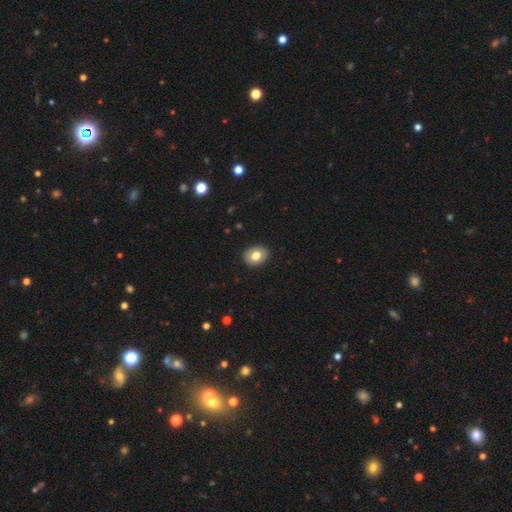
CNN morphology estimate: Q: Smooth or featured?
A: smooth (78%); runner-up: featured or disk (15%)
Q: How rounded?
A: in between (58%); runner-up: round (41%)
Q: Merging?
A: none (90%); runner-up: minor disturbance (7%)